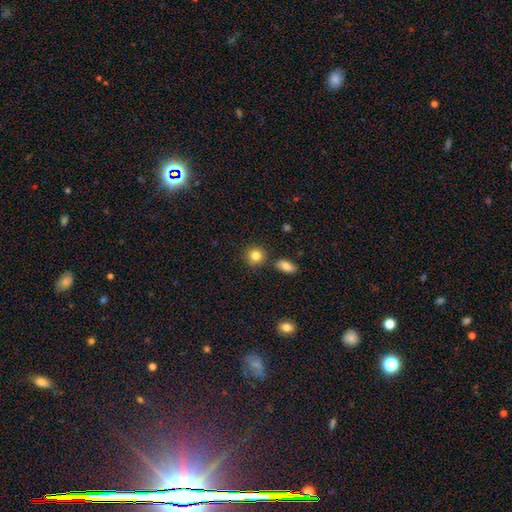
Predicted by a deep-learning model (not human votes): smooth_or_featured: smooth (p=0.83) [alt: star or artifact p=0.10]
how_rounded: round (p=0.86) [alt: in between p=0.13]
merging: none (p=0.82) [alt: minor disturbance p=0.09]